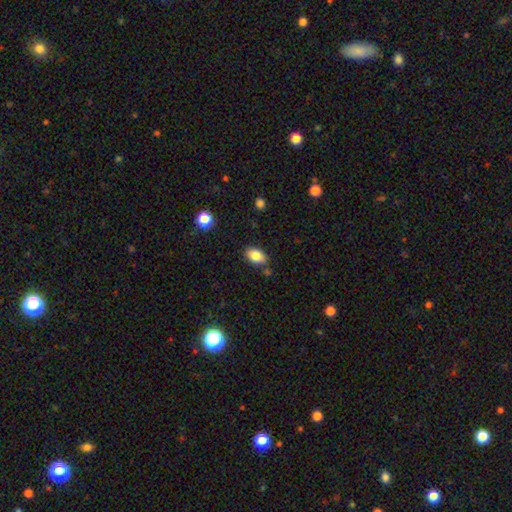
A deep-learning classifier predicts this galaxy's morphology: smooth-or-featured: smooth: 84% | star or artifact: 8% | featured or disk: 8%
  how-rounded: in between: 88% | round: 10% | cigar-shaped: 2%
  merging: none: 81% | minor disturbance: 13% | merger: 4% | major disturbance: 3%